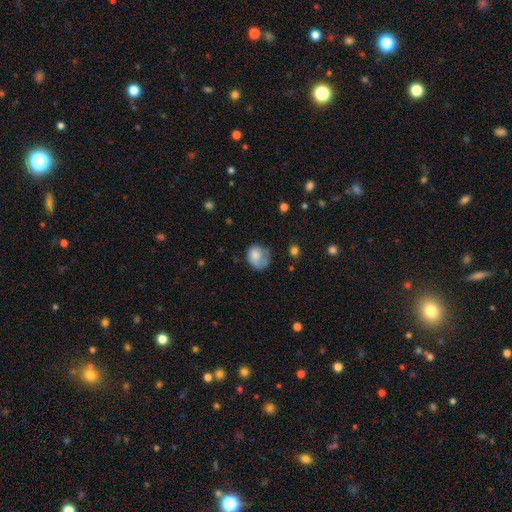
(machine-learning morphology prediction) The model was most divided on "merging": none: 38%, minor disturbance: 30%, major disturbance: 29%, merger: 3%. More confident: smooth or featured — smooth (70%); how rounded — round (60%).